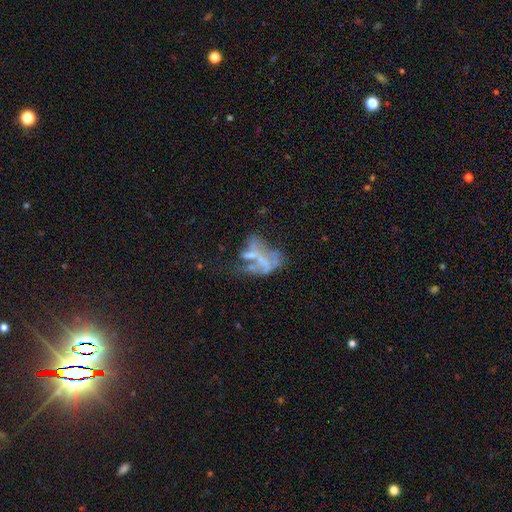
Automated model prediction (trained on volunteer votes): This appears to be a featured or disk galaxy (62%) with no bar (78%), no spiral arms (82%) and no central bulge (64%). Merging: major disturbance (38%).